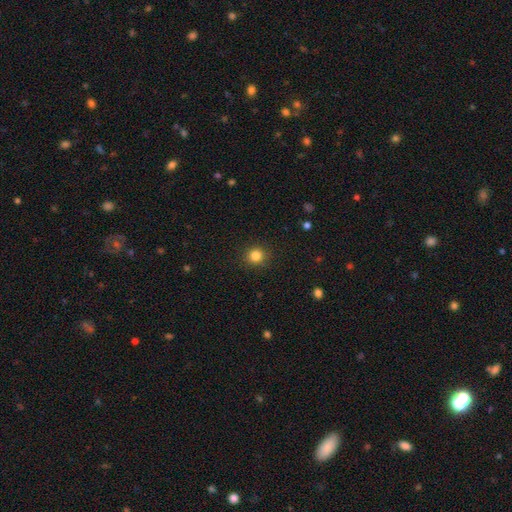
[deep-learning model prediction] Overall: smooth (84%). How rounded: round (91%). Merging: none (91%).